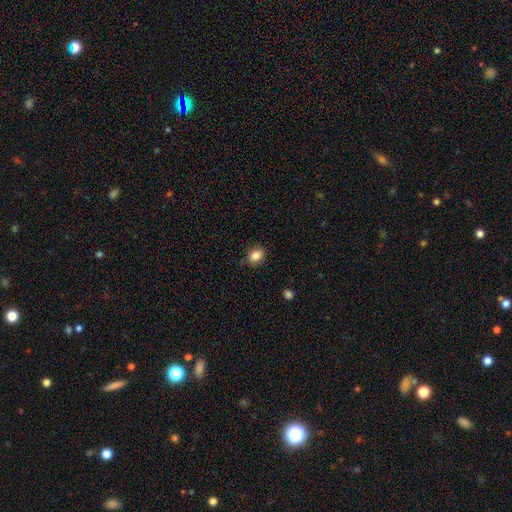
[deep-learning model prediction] This appears to be a smooth galaxy with no disk features (85%) that is in between round and cigar-shaped (52%). Merging: none (82%).